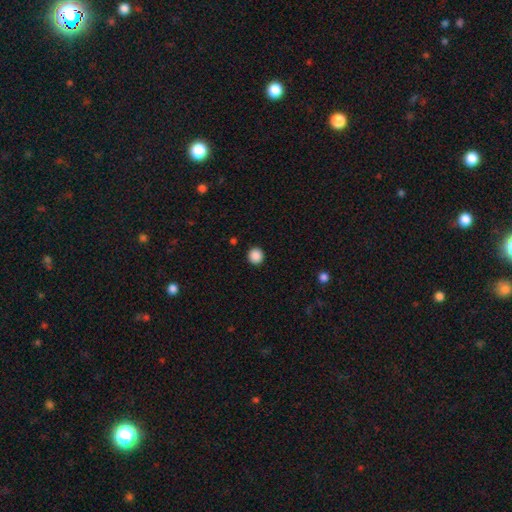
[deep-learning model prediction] A smooth galaxy with no disk features (89%) that is round (95%).

Vote fractions:
- Smooth or featured? smooth: 89% / star or artifact: 9% / featured or disk: 2%
- How rounded? round: 95% / in between: 4% / cigar-shaped: 1%
- Merging? none: 93% / minor disturbance: 4% / major disturbance: 2% / merger: 1%